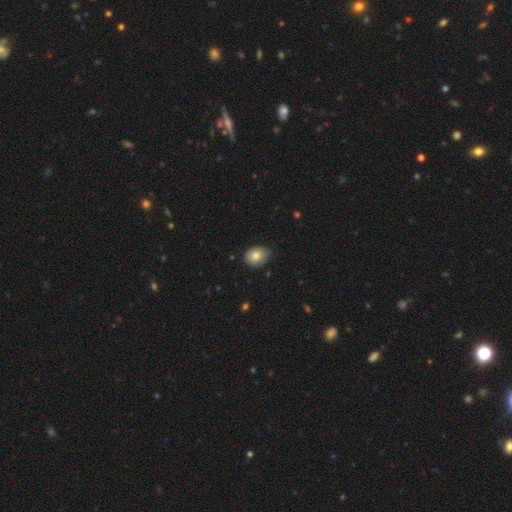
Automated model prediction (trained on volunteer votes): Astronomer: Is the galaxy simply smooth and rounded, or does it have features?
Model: smooth — 81%.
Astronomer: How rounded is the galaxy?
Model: in between — 59% (runner-up: round, 40%).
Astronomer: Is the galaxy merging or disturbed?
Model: none — 78%.